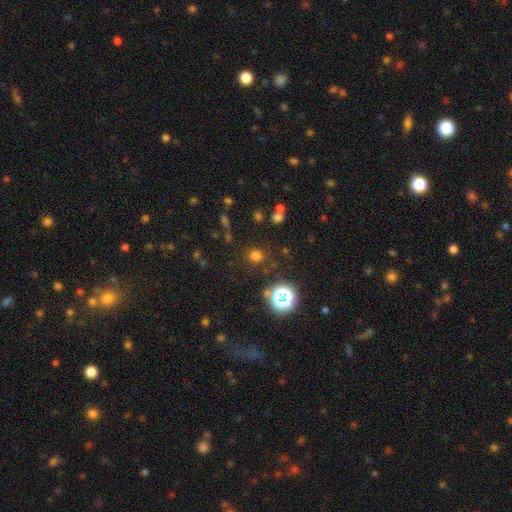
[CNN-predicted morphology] A smooth galaxy with no disk features (68%) that is round (83%). Merging: none (81%).